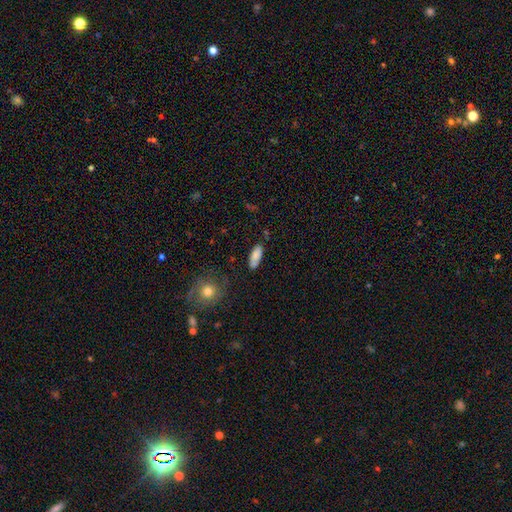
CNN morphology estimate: This is clearly a smooth galaxy (82%). How rounded: likely in between (79%). Merging: likely none (73%).